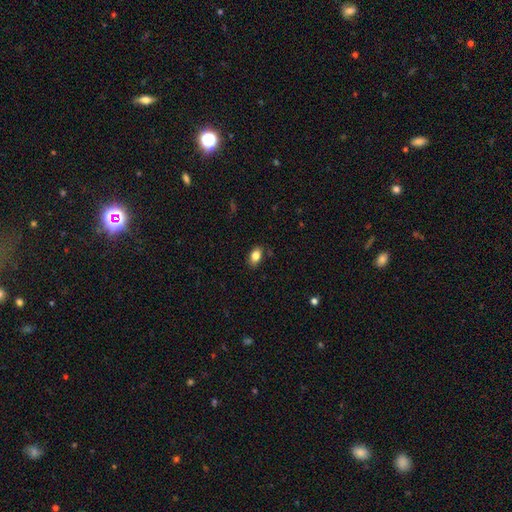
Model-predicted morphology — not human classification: smooth-or-featured: smooth: 83% | star or artifact: 9% | featured or disk: 8%
  how-rounded: in between: 86% | round: 12% | cigar-shaped: 2%
  merging: none: 83% | minor disturbance: 13% | major disturbance: 3% | merger: 2%